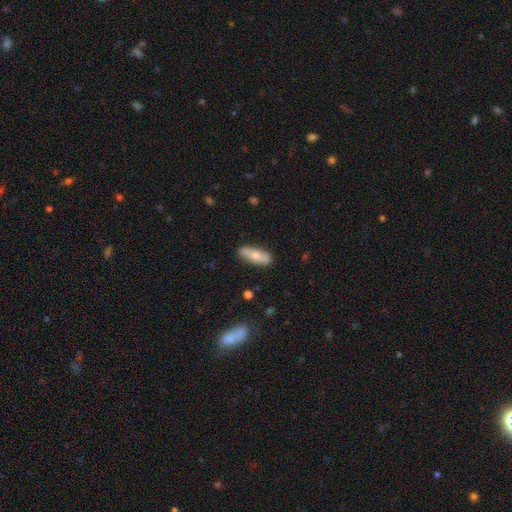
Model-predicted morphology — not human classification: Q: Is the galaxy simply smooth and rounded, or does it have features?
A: smooth — 65%.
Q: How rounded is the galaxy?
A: in between — 58%.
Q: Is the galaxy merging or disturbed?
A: none — 84%.